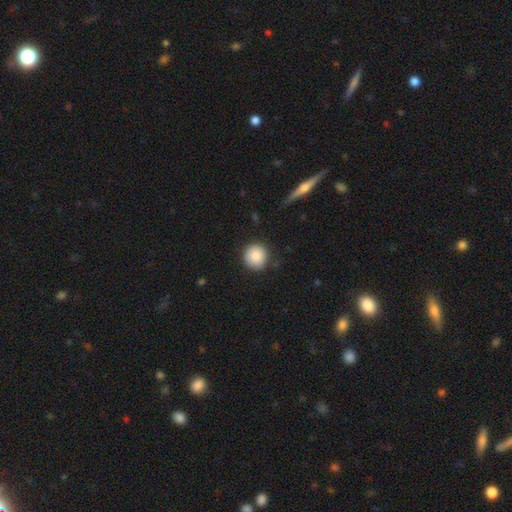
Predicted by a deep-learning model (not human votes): Smooth or featured: smooth — 86% (star or artifact — 8%)
How rounded: round — 93% (in between — 6%)
Merging: none — 85% (minor disturbance — 11%)